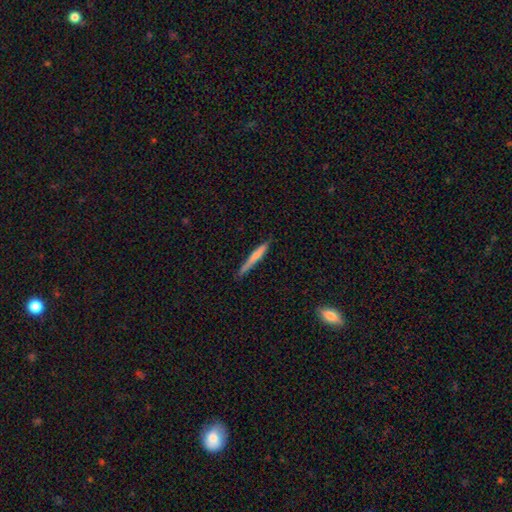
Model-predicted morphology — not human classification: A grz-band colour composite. It shows a smooth galaxy with no disk features (64%) that is cigar-shaped (96%). Merging: none (83%).